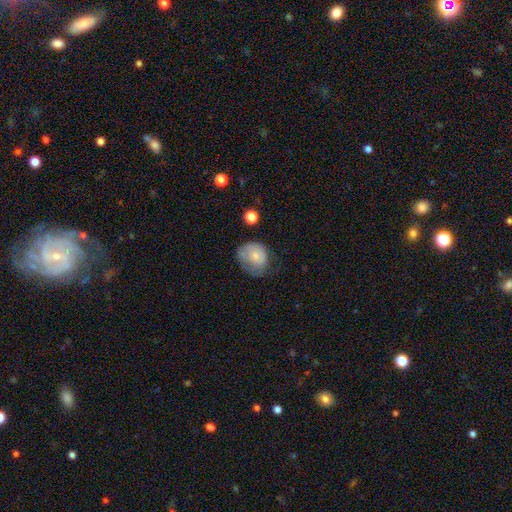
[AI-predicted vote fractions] Smooth or featured? Predicted: smooth (p=0.70). How rounded? Predicted: round (p=0.58). Merging? Predicted: none (p=0.39).